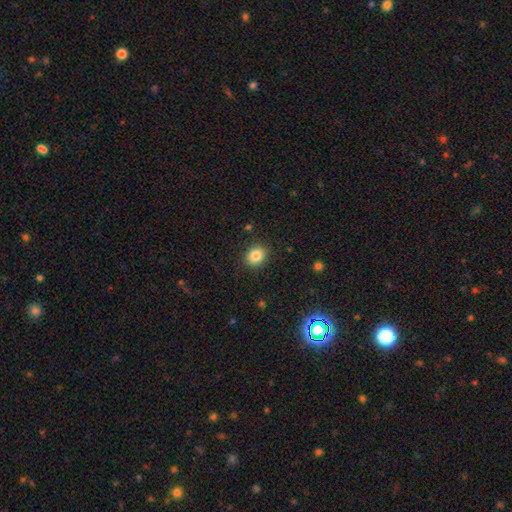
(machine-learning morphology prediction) Smooth or featured: smooth — 84% (star or artifact — 10%)
How rounded: round — 69% (in between — 30%)
Merging: none — 89% (minor disturbance — 8%)